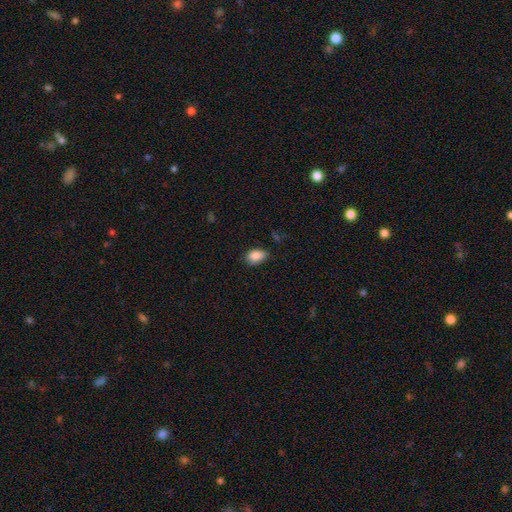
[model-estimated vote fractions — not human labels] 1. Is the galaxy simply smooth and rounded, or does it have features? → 88% smooth, 8% star or artifact, 4% featured or disk.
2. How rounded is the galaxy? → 88% in between, 10% round, 2% cigar-shaped.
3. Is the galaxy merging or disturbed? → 75% none, 20% minor disturbance, 3% major disturbance, 1% merger.